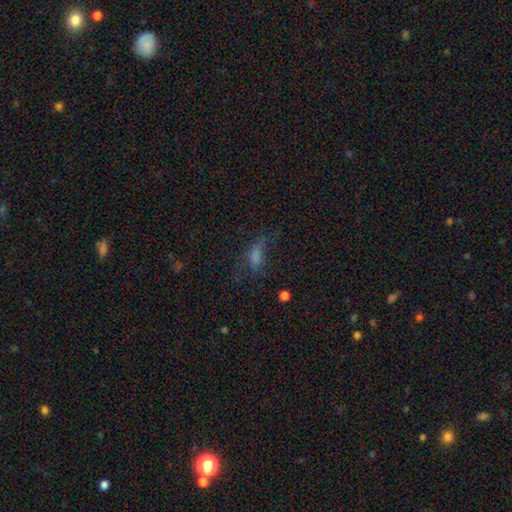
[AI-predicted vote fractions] Overall: smooth (48%; star or artifact 26%). Merging: none (44%; major disturbance 31%).